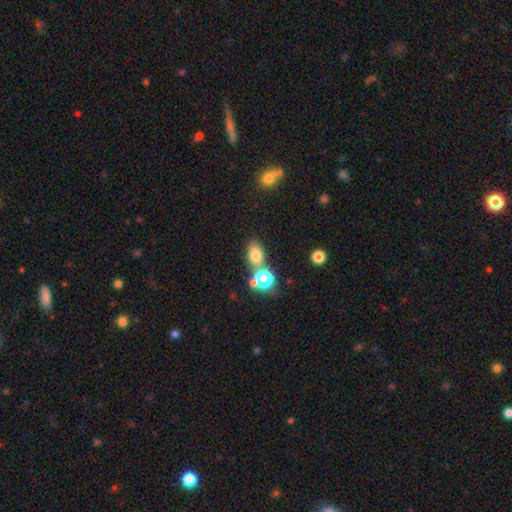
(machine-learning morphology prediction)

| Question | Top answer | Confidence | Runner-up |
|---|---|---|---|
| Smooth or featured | smooth | 72% | star or artifact (18%) |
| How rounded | in between | 70% | round (28%) |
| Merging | none | 60% | merger (23%) |